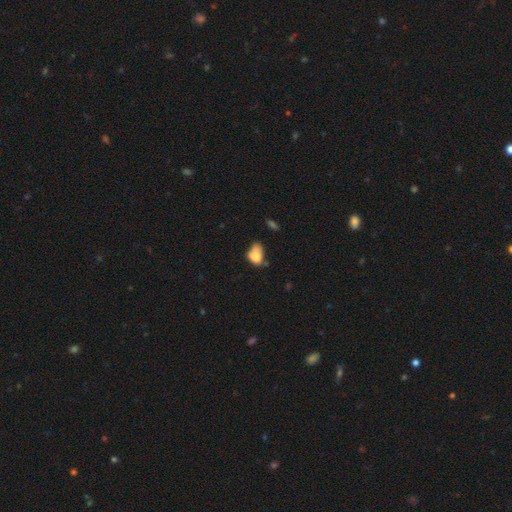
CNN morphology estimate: Smooth or featured? Predicted: smooth (p=0.75). How rounded? Predicted: in between (p=0.78). Merging? Predicted: minor disturbance (p=0.39).